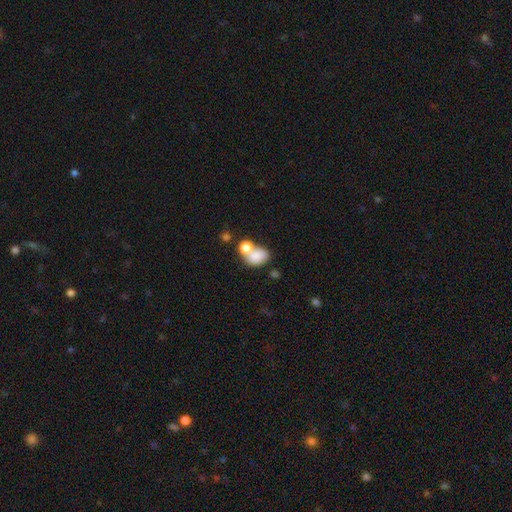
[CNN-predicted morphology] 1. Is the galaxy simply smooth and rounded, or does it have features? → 80% smooth, 11% featured or disk, 9% star or artifact.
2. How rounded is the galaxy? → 69% in between, 30% round, 1% cigar-shaped.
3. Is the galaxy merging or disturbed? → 49% merger, 34% none, 11% minor disturbance, 6% major disturbance.